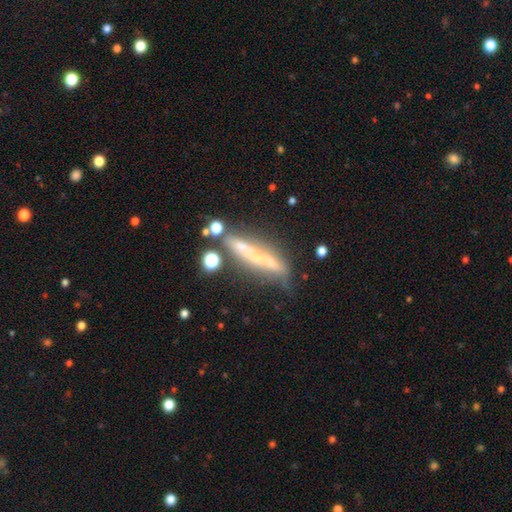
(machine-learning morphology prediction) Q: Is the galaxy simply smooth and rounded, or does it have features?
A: featured or disk — 54%.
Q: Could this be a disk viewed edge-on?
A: yes — 73%.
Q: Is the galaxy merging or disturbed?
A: none — 49%.